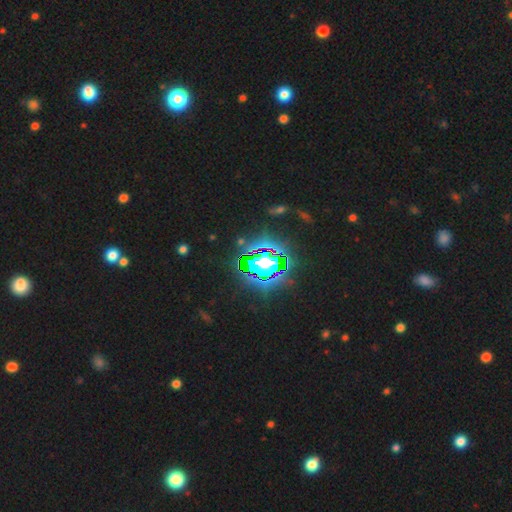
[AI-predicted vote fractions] Morphology: type=star or artifact (84%).